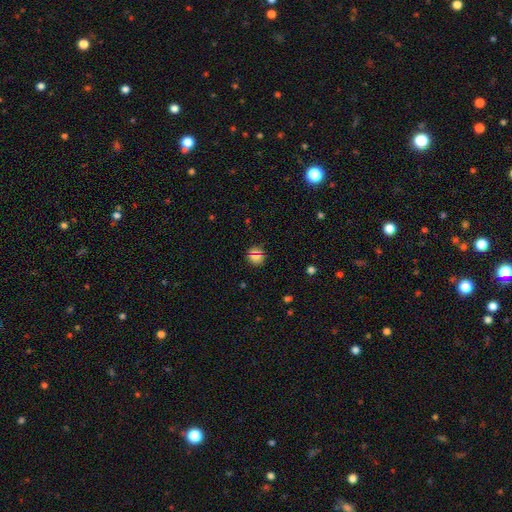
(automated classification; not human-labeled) Q: Smooth or featured?
A: smooth (68%); runner-up: star or artifact (24%)
Q: How rounded?
A: round (91%); runner-up: in between (8%)
Q: Merging?
A: none (88%); runner-up: minor disturbance (8%)